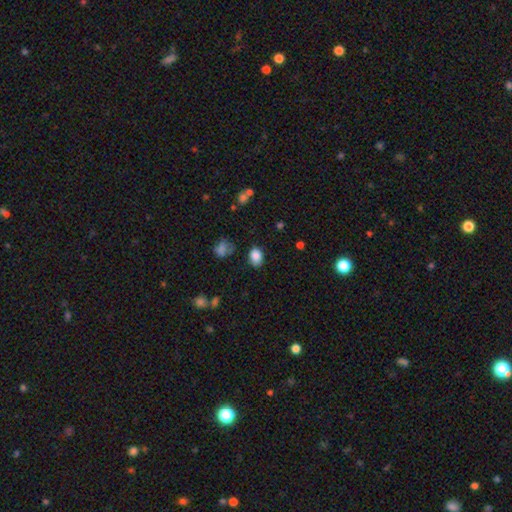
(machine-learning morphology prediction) type=smooth (84%); roundness=in between (75%); merging=none (72%).